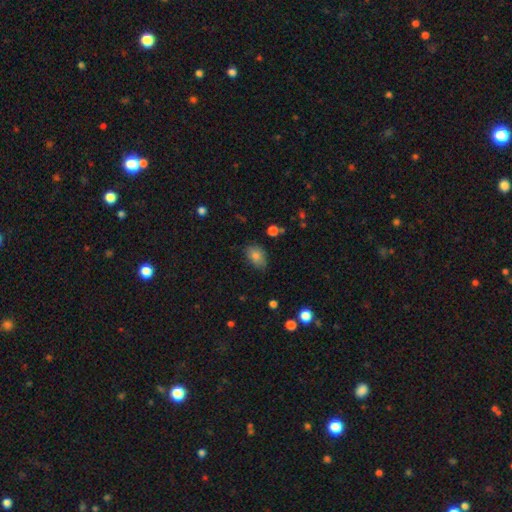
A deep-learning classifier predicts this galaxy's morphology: smooth 80%, star or artifact 10%, featured or disk 10%. Down the decision tree: how rounded — in between (82%); merging — none (71%).